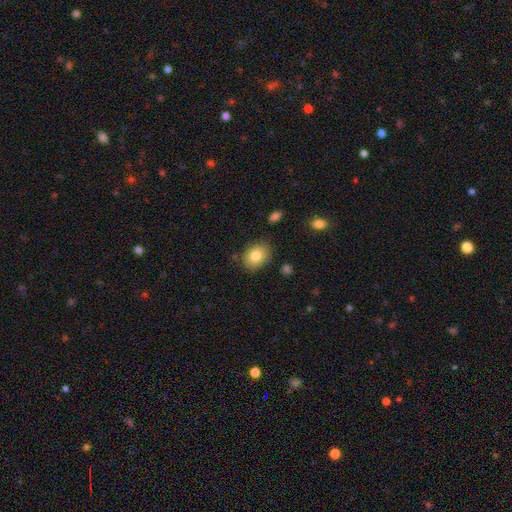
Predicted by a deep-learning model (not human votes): Overall: smooth (81%). How rounded: in between (53%; round 46%). Merging: none (82%).